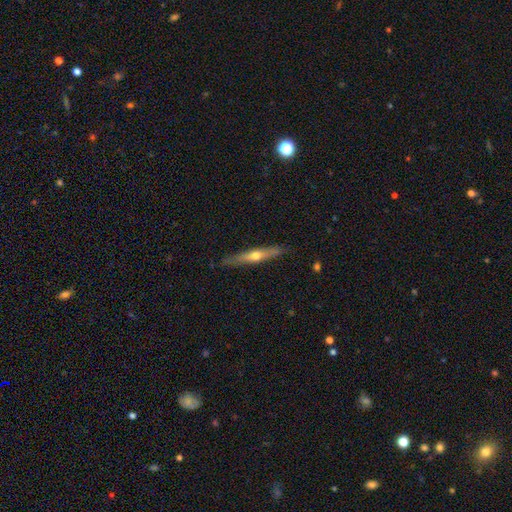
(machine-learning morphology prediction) featured or disk 59%, smooth 35%, star or artifact 6%. Down the decision tree: edge-on disk — yes (93%); edge-on bulge — rounded (88%); merging — none (85%).